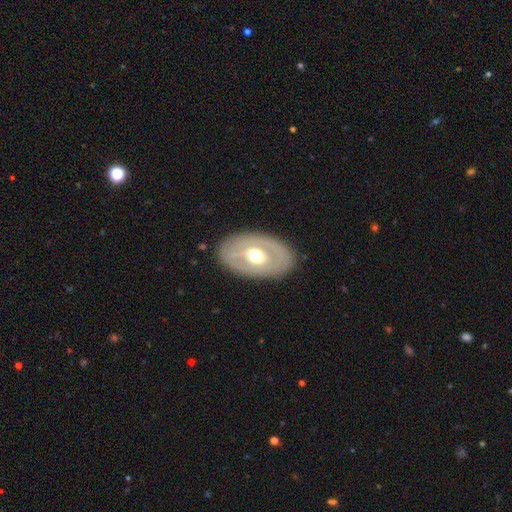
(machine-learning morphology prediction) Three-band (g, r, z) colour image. It shows a featured or disk galaxy (62%) with no bar (67%), no spiral arms (77%) and a moderate central bulge (73%). Merging: none (83%).